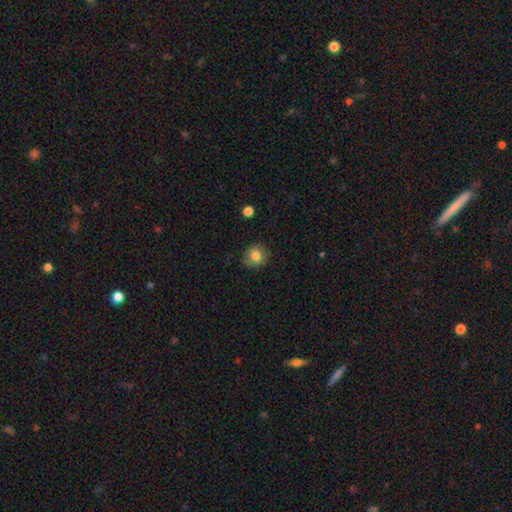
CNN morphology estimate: smooth-or-featured: smooth: 81% | star or artifact: 10% | featured or disk: 9%
  how-rounded: round: 80% | in between: 19% | cigar-shaped: 1%
  merging: none: 84% | minor disturbance: 12% | major disturbance: 3% | merger: 1%